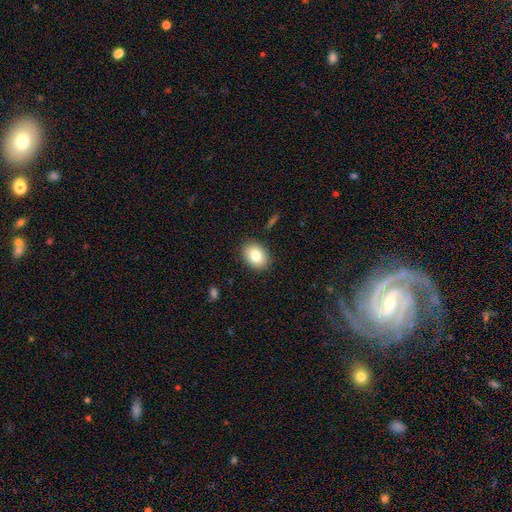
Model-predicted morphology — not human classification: type=smooth (81%); roundness=in between (67%); merging=none (88%).